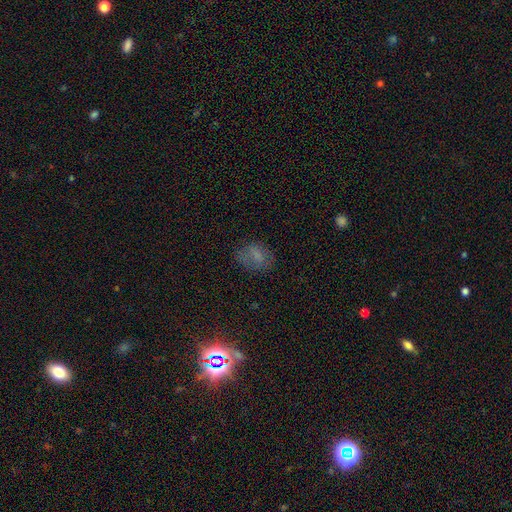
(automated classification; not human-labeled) This appears to be a smooth galaxy with no disk features (62%) that is in between round and cigar-shaped (69%). Merging: none (68%).